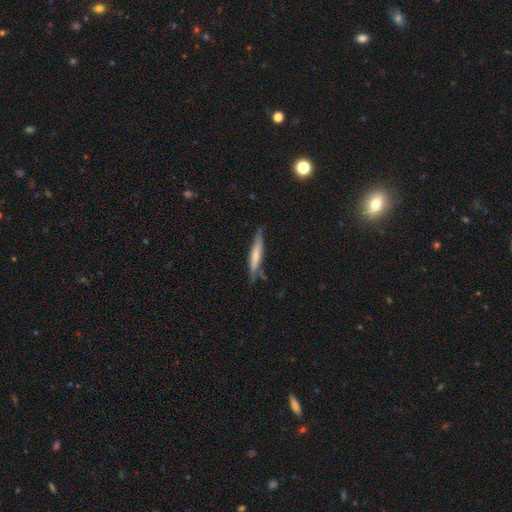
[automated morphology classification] Smooth or featured? Predicted: smooth (p=0.57). How rounded? Predicted: cigar-shaped (p=0.91). Merging? Predicted: none (p=0.75).